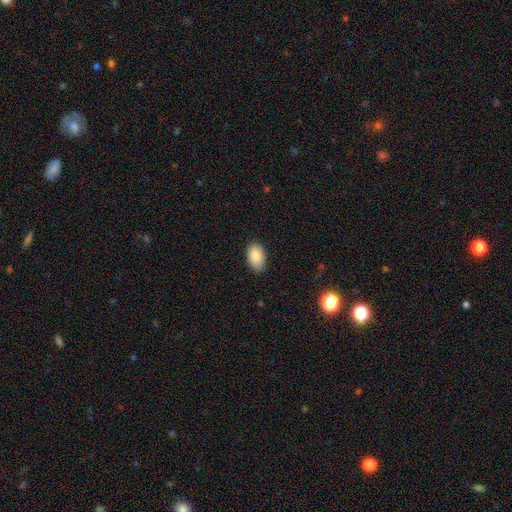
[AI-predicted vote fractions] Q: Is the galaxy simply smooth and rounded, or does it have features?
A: smooth — 81%.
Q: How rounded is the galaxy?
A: in between — 91%.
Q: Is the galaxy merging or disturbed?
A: none — 83%.